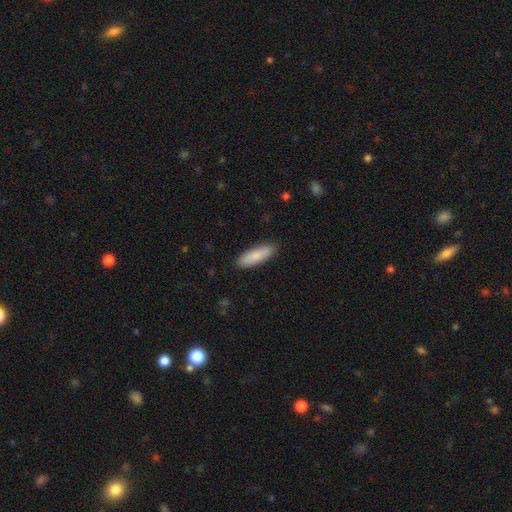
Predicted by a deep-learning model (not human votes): Q: Smooth or featured?
A: smooth (86%); runner-up: featured or disk (9%)
Q: How rounded?
A: cigar-shaped (54%); runner-up: in between (45%)
Q: Merging?
A: none (89%); runner-up: minor disturbance (8%)